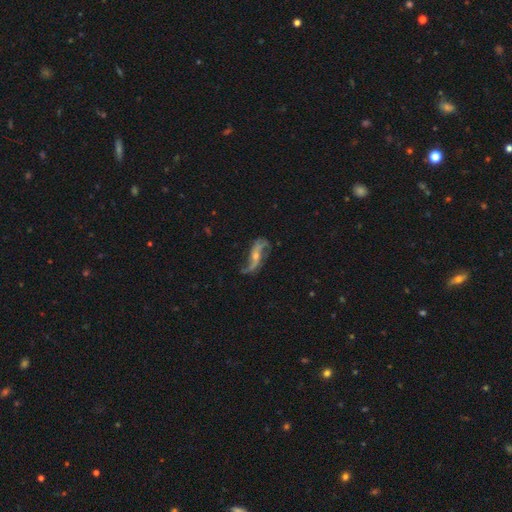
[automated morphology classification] Smooth or featured: featured or disk — 86% (smooth — 8%)
Edge-on disk: no — 90% (yes — 10%)
Bar: no — 45% (weak — 30%)
Spiral arms: yes — 95% (no — 5%)
Spiral winding: loose — 84% (medium — 12%)
Spiral arm count: 2 — 92% (can't tell — 3%)
Bulge size: small — 54% (moderate — 40%)
Merging: none — 70% (minor disturbance — 17%)